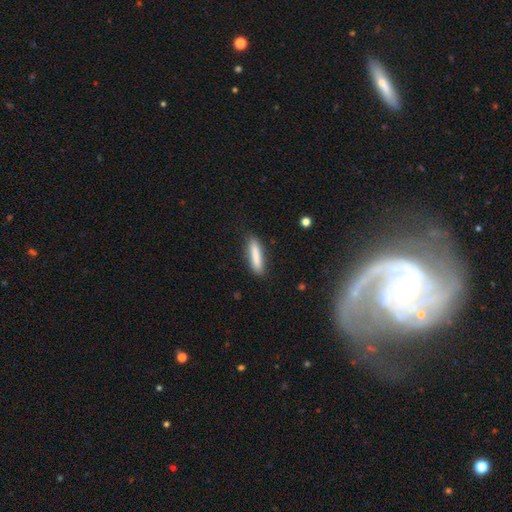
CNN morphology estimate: Smooth or featured: smooth — 83% (featured or disk — 11%)
How rounded: cigar-shaped — 80% (in between — 19%)
Merging: none — 84% (minor disturbance — 12%)